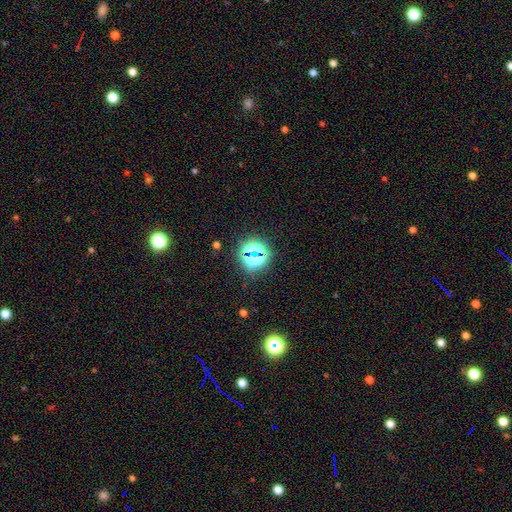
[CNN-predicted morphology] smooth_or_featured: star or artifact (p=0.68) [alt: smooth p=0.23]